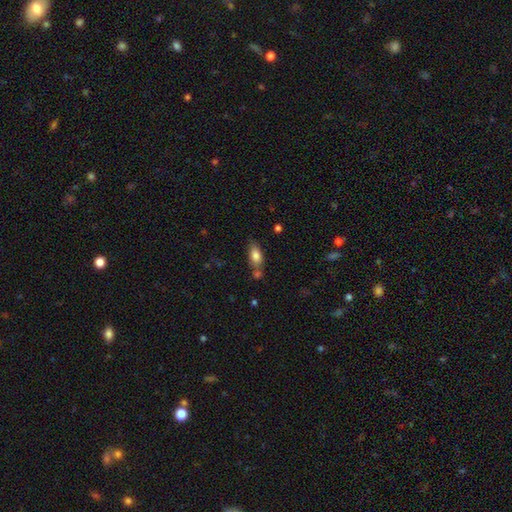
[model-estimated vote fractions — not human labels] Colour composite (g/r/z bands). It shows a smooth galaxy with no disk features (80%) that is in between round and cigar-shaped (87%). Merging: none (63%).